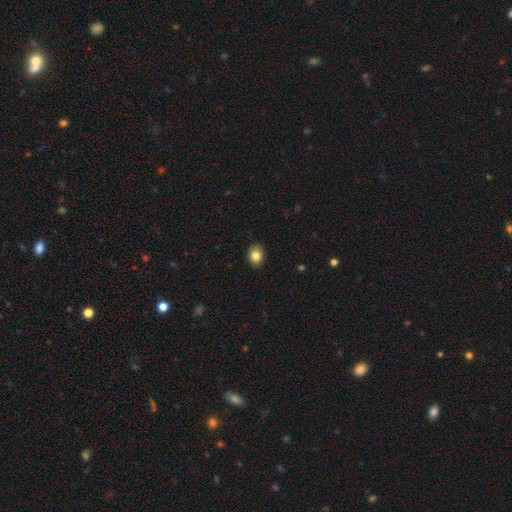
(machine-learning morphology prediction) This is clearly a smooth galaxy (83%). How rounded: likely in between (62%). Merging: clearly none (88%).